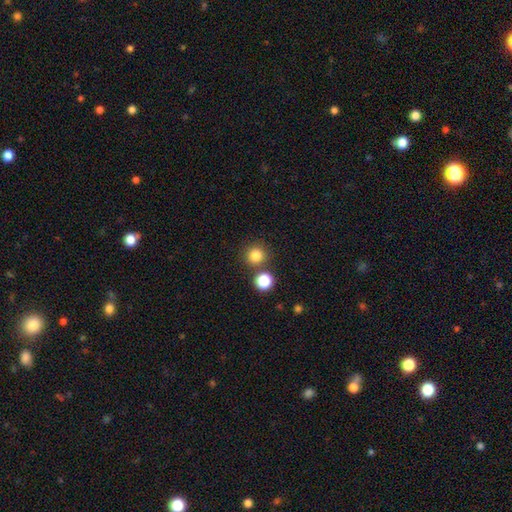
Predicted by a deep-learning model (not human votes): Overall: smooth (81%). How rounded: round (93%). Merging: none (80%).